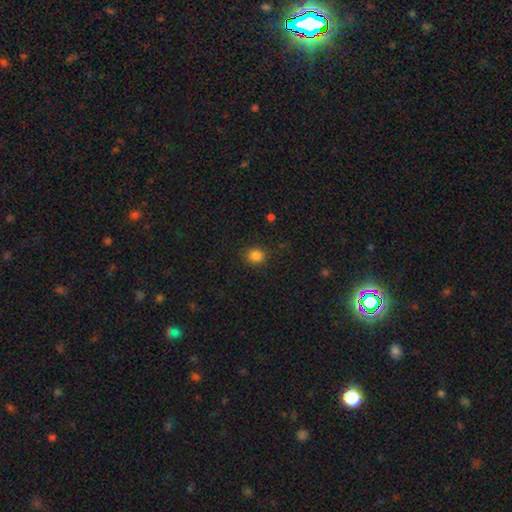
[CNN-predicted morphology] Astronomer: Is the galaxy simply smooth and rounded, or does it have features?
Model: smooth — 84%.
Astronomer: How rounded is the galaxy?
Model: round — 83%.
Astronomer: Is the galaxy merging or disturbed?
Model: none — 89%.